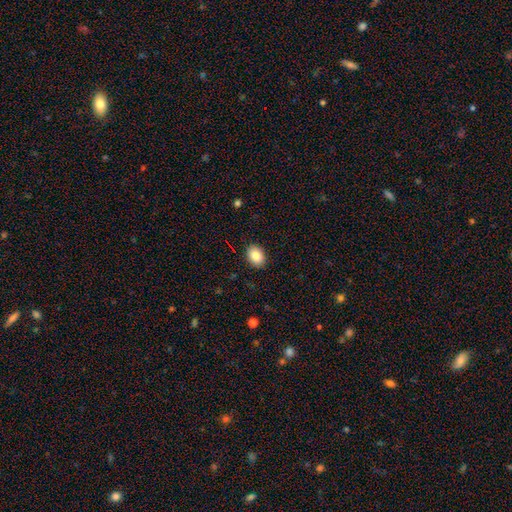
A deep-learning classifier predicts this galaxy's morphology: A smooth galaxy with no disk features (86%) that is in between round and cigar-shaped (71%).

Vote fractions:
- Smooth or featured? smooth: 86% / star or artifact: 8% / featured or disk: 6%
- How rounded? in between: 71% / round: 28% / cigar-shaped: 1%
- Merging? none: 89% / minor disturbance: 8% / major disturbance: 2% / merger: 1%